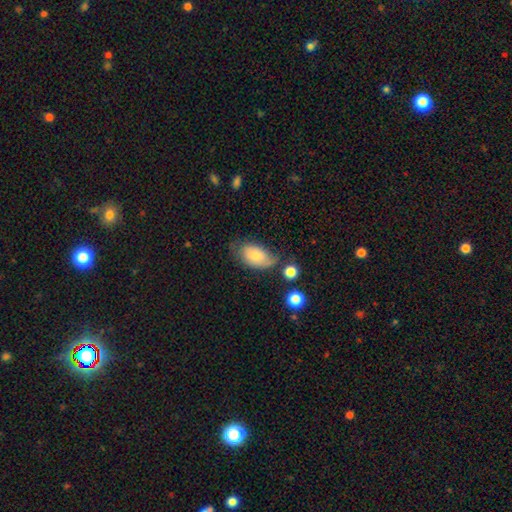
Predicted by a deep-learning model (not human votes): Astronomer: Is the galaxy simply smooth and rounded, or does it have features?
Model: smooth — 75%.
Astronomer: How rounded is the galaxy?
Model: in between — 93%.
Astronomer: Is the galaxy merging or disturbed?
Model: none — 47% (runner-up: minor disturbance, 34%).